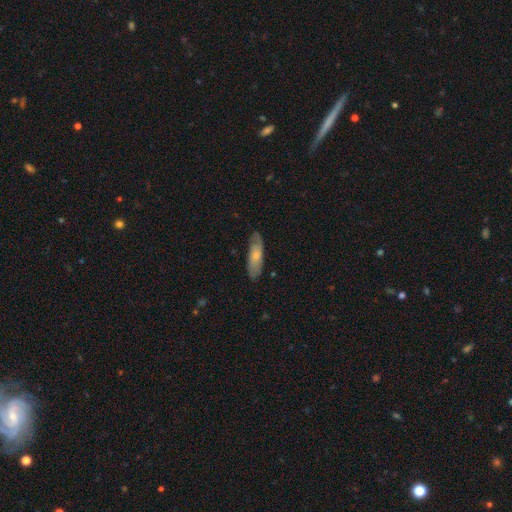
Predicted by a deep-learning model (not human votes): This appears to be a smooth galaxy with no disk features (59%) that is in between round and cigar-shaped (54%). Merging: none (78%).